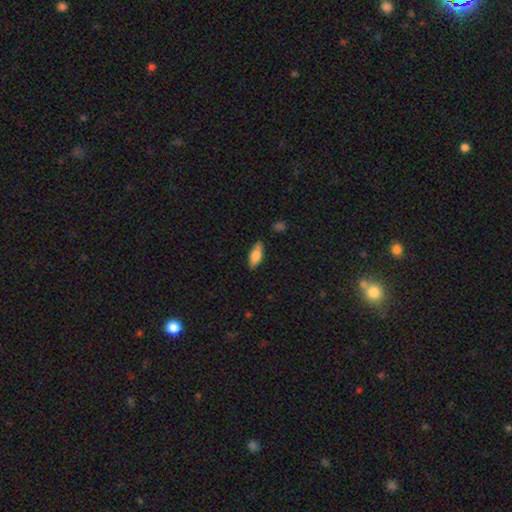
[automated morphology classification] Smooth or featured: smooth — 75% (featured or disk — 19%)
How rounded: in between — 72% (cigar-shaped — 26%)
Merging: none — 85% (minor disturbance — 12%)